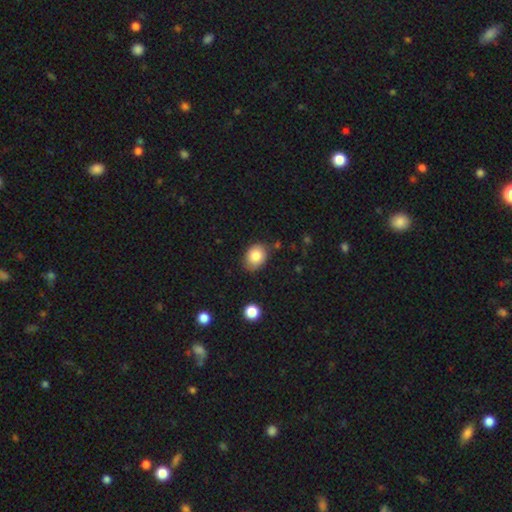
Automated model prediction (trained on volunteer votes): This is clearly a smooth galaxy (84%). How rounded: likely in between (65%). Merging: likely none (78%).